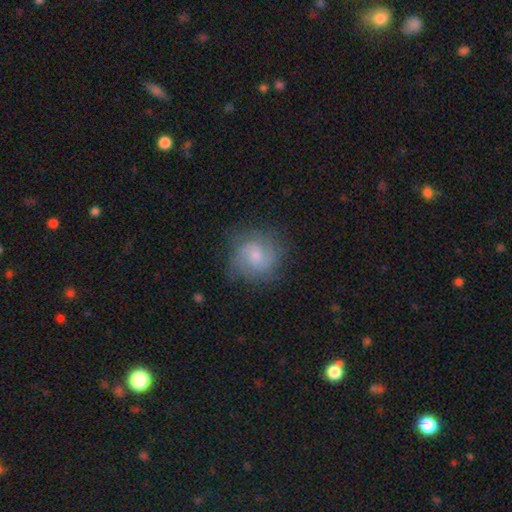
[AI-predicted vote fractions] This is likely a featured or disk galaxy (63%). It is clearly not viewed edge-on (98%). Bar: possibly no (57%). Spiral arm pattern: clearly yes (90%). Spiral arm count: possibly 2 (51%). Spiral winding: marginally tight (44%). Central bulge: possibly small (47%). Merging: likely none (73%).